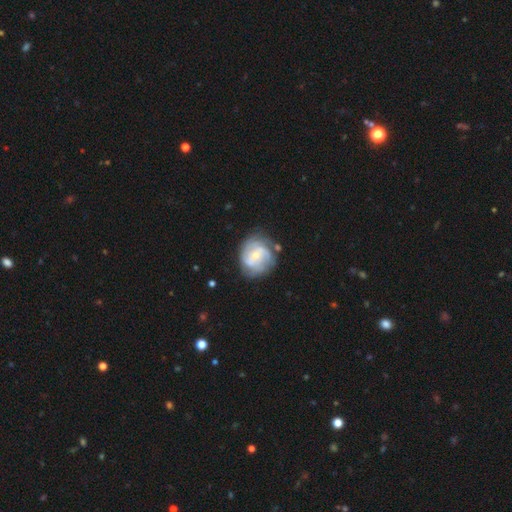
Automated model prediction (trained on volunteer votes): Smooth or featured: featured or disk — 78% (smooth — 16%)
Edge-on disk: no — 98% (yes — 2%)
Bar: no — 65% (weak — 29%)
Spiral arms: yes — 89% (no — 11%)
Spiral winding: tight — 58% (medium — 32%)
Spiral arm count: can't tell — 34% (3 — 23%)
Bulge size: small — 56% (moderate — 40%)
Merging: none — 67% (minor disturbance — 20%)